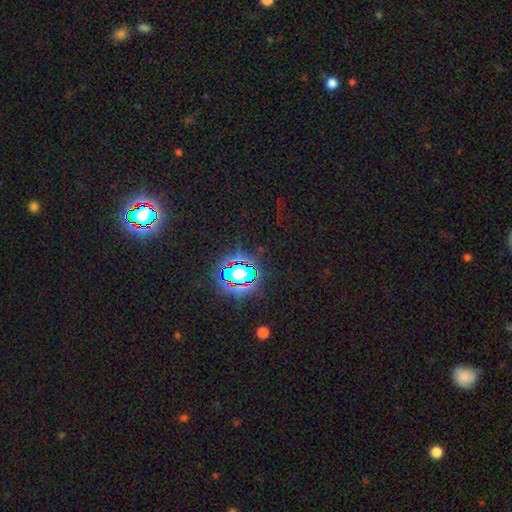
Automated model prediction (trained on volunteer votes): Smooth or featured: star or artifact — 80% (smooth — 12%)